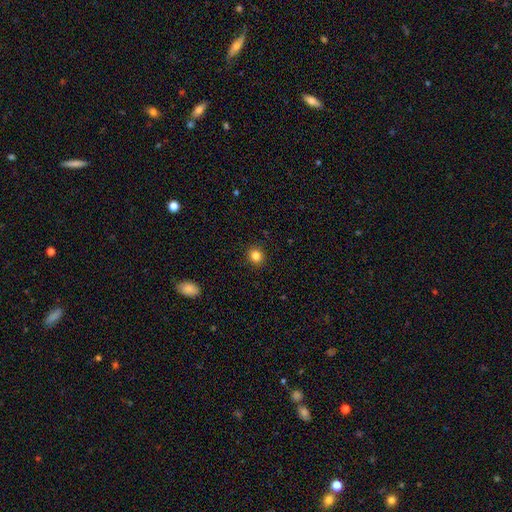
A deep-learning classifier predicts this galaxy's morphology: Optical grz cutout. It shows a smooth galaxy with no disk features (84%) that is round (83%). Merging: none (91%).